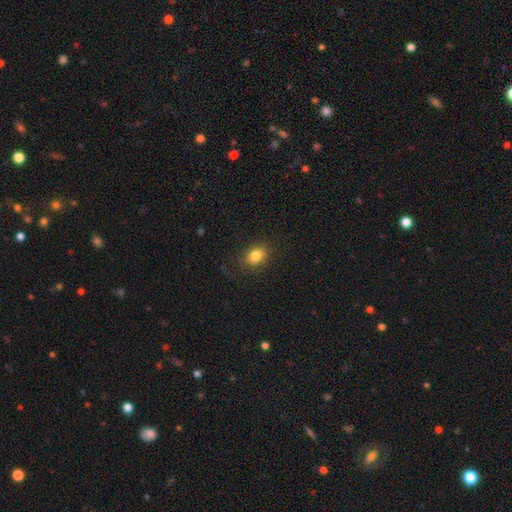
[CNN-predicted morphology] smooth-or-featured: smooth: 83% | star or artifact: 10% | featured or disk: 7%
  how-rounded: in between: 58% | round: 40% | cigar-shaped: 1%
  merging: none: 85% | minor disturbance: 10% | major disturbance: 4% | merger: 1%